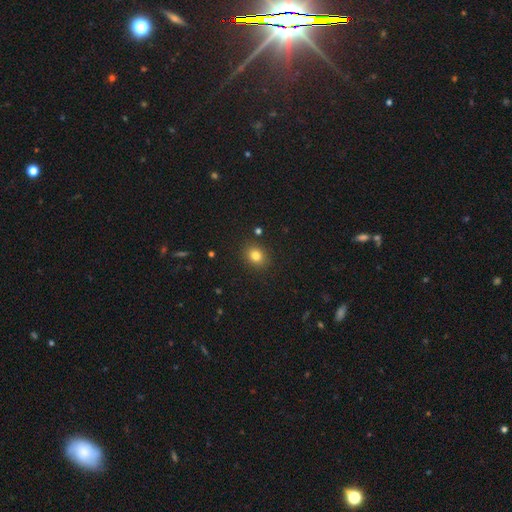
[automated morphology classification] Smooth or featured?
  - smooth: 81% *
  - star or artifact: 12%
  - featured or disk: 7%
How rounded?
  - round: 63% *
  - in between: 36%
  - cigar-shaped: 1%
Merging?
  - none: 88% *
  - minor disturbance: 8%
  - major disturbance: 2%
  - merger: 2%